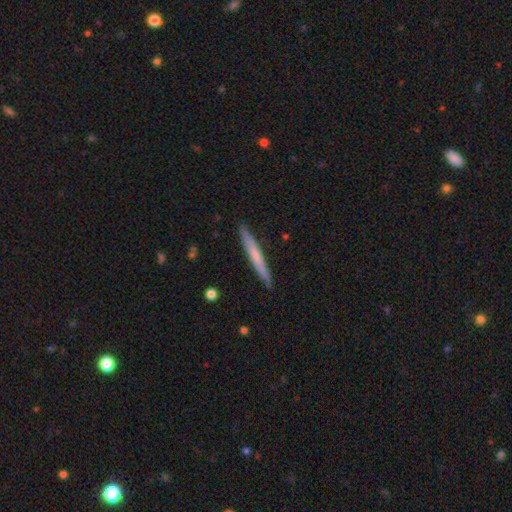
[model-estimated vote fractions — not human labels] Morphology: type=smooth (60%); roundness=cigar-shaped (96%); merging=none (90%).